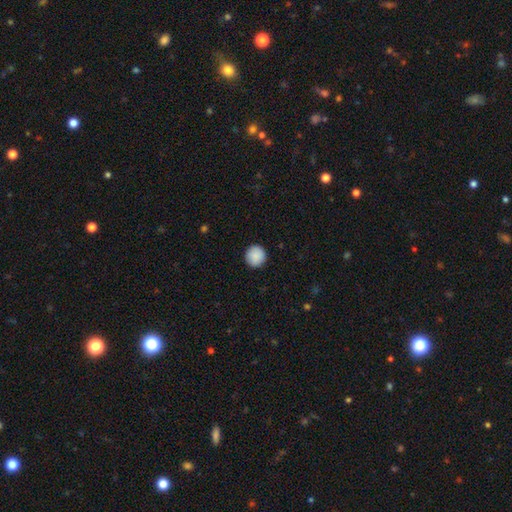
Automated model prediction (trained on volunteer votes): Overall: smooth (89%). How rounded: round (96%). Merging: none (92%).